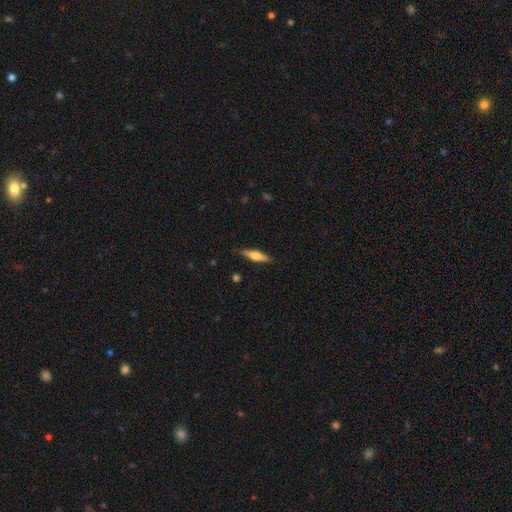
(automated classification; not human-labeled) Morphology: type=featured or disk (50%); merging=none (87%).